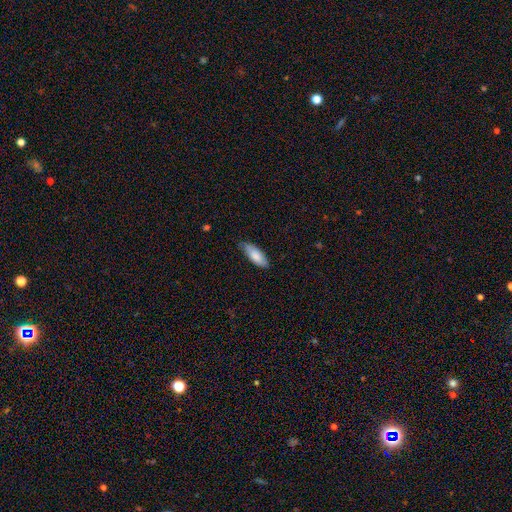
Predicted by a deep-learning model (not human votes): Smooth or featured?
  - smooth: 82% *
  - featured or disk: 12%
  - star or artifact: 6%
How rounded?
  - in between: 72% *
  - cigar-shaped: 26%
  - round: 2%
Merging?
  - none: 73% *
  - minor disturbance: 23%
  - major disturbance: 3%
  - merger: 1%